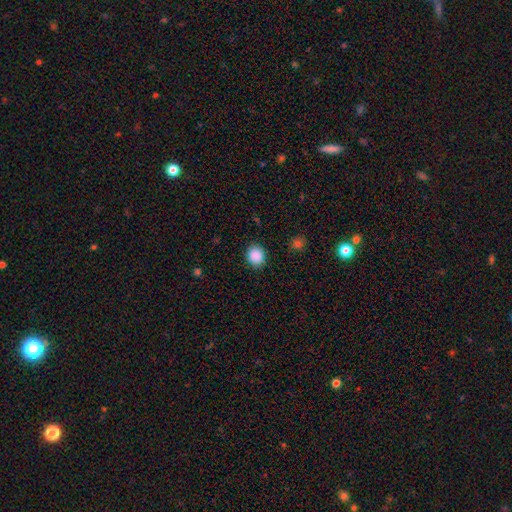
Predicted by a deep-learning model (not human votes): smooth_or_featured: smooth (p=0.88) [alt: star or artifact p=0.09]
how_rounded: round (p=0.79) [alt: in between p=0.20]
merging: none (p=0.89) [alt: minor disturbance p=0.08]